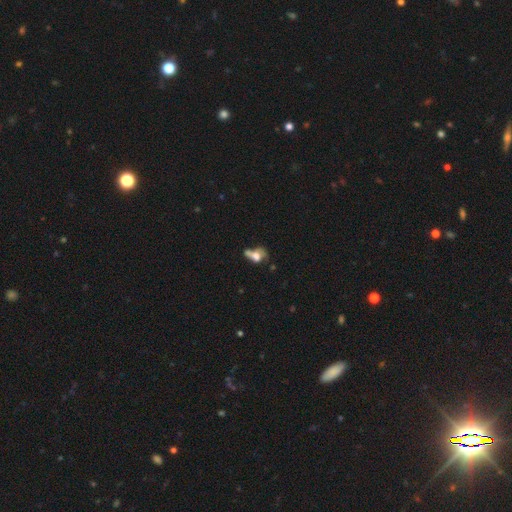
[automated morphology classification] A smooth galaxy with no disk features (53%) that is in between round and cigar-shaped (71%).

Vote fractions:
- Smooth or featured? smooth: 53% / featured or disk: 33% / star or artifact: 14%
- How rounded? in between: 71% / round: 25% / cigar-shaped: 4%
- Merging? merger: 39% / major disturbance: 27% / none: 20% / minor disturbance: 15%